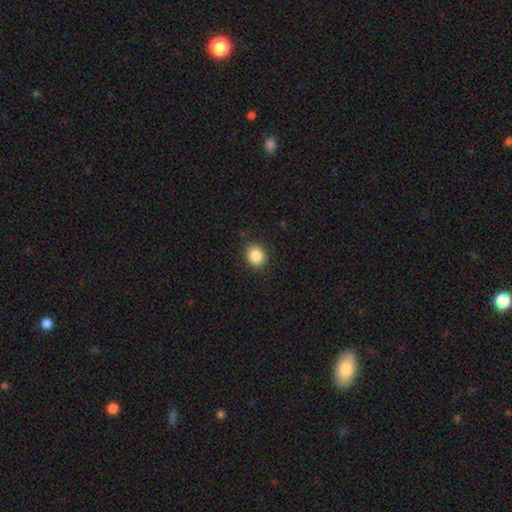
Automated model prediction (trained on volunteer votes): This appears to be a smooth galaxy with no disk features (87%) that is round (75%). Merging: none (90%).